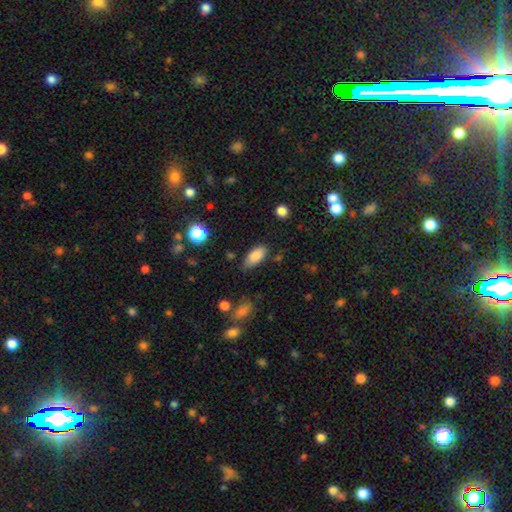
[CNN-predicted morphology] Smooth or featured? Predicted: smooth (p=0.85). How rounded? Predicted: in between (p=0.88). Merging? Predicted: none (p=0.75).